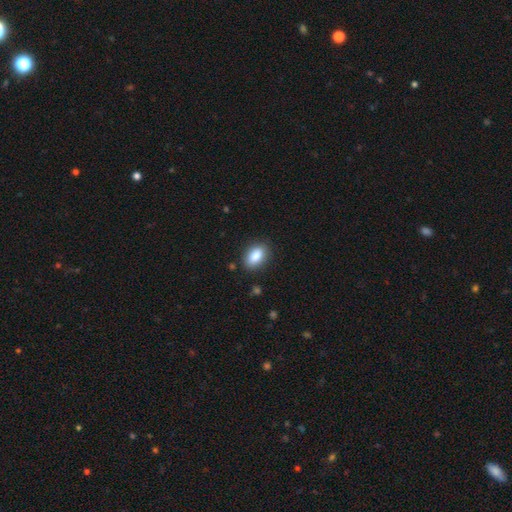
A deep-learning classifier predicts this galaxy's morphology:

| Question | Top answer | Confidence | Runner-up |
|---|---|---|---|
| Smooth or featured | smooth | 87% | star or artifact (7%) |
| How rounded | in between | 89% | round (9%) |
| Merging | none | 87% | minor disturbance (9%) |